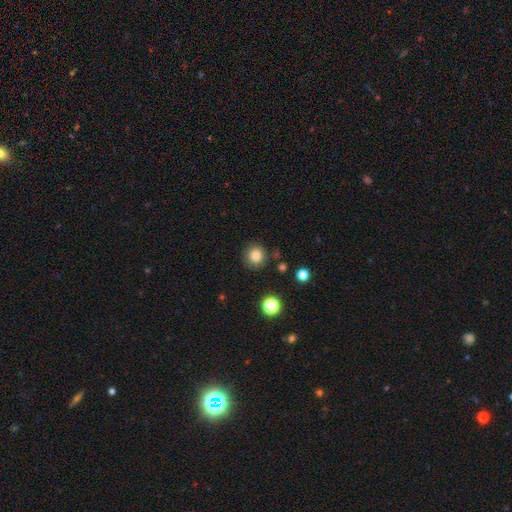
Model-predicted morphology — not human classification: Smooth or featured? Predicted: smooth (p=0.84). How rounded? Predicted: round (p=0.92). Merging? Predicted: none (p=0.85).